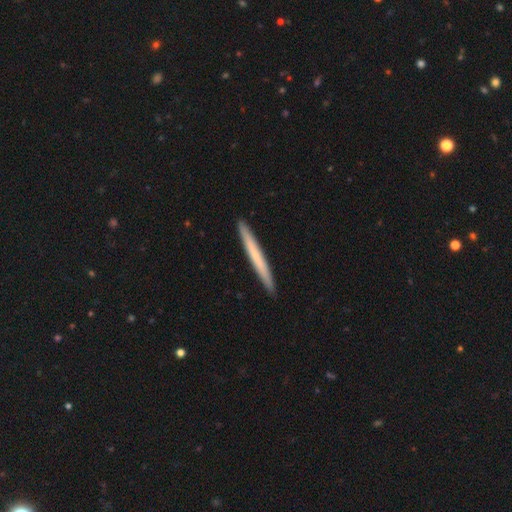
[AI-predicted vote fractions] This appears to be a smooth galaxy with no disk features (57%) that is cigar-shaped (97%). Merging: none (93%).